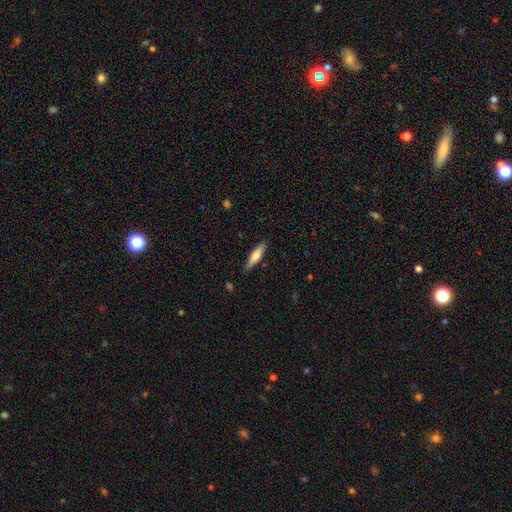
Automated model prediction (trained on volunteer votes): The model was most divided on "smooth or featured": smooth: 67%, featured or disk: 27%, star or artifact: 6%. More confident: merging — none (84%); how rounded — cigar-shaped (71%).